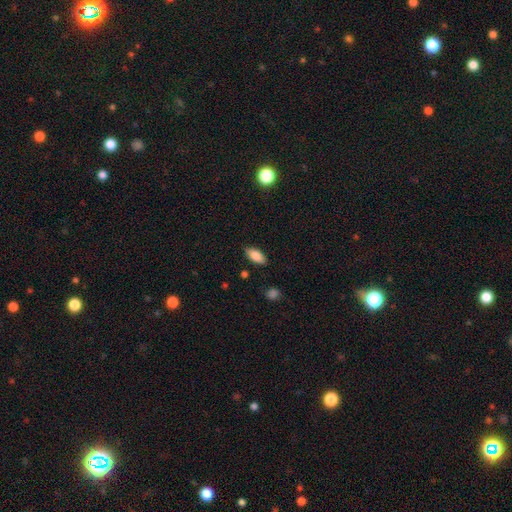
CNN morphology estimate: Smooth or featured? smooth (84%)
How rounded? in between (89%)
Merging? none (83%)